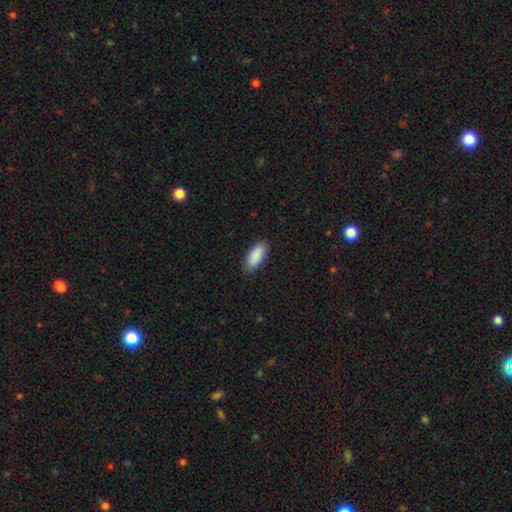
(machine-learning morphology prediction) Q: Smooth or featured?
A: smooth (90%); runner-up: star or artifact (6%)
Q: How rounded?
A: in between (83%); runner-up: cigar-shaped (16%)
Q: Merging?
A: none (86%); runner-up: minor disturbance (11%)